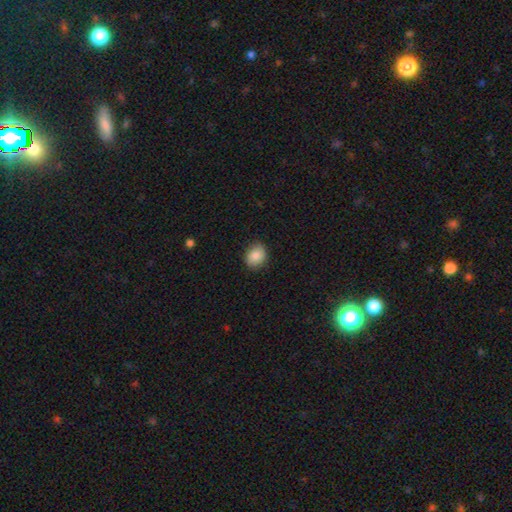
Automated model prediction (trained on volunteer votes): A smooth galaxy with no disk features (86%) that is round (53%). Merging: none (85%).